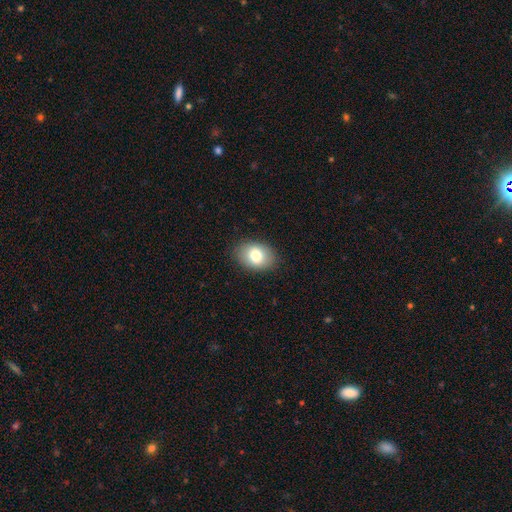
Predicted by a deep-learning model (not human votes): Morphology: type=smooth (78%); roundness=in between (75%); merging=none (87%).